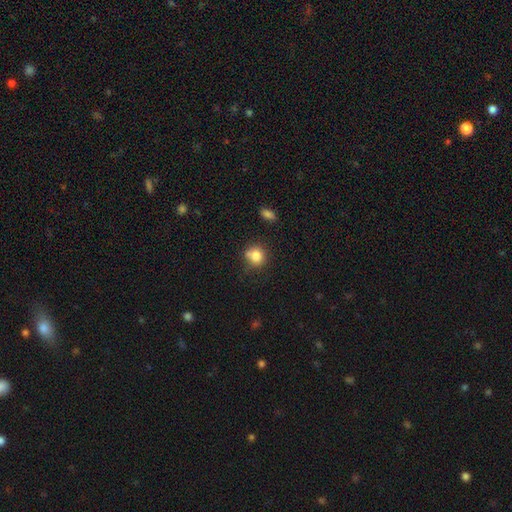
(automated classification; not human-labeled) Smooth or featured?
  - smooth: 81% *
  - star or artifact: 11%
  - featured or disk: 8%
How rounded?
  - round: 85% *
  - in between: 14%
  - cigar-shaped: 1%
Merging?
  - none: 64% *
  - minor disturbance: 18%
  - merger: 14%
  - major disturbance: 5%